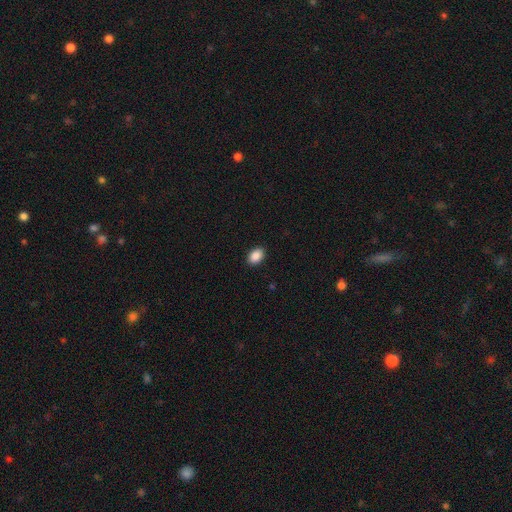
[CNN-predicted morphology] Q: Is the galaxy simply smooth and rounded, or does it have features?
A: smooth — 89%.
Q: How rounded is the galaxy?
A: in between — 86%.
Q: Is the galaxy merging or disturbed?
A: none — 90%.